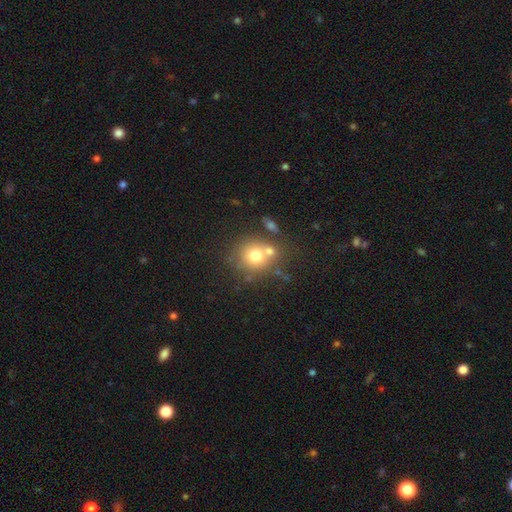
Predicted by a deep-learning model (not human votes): Smooth or featured? smooth (71%)
How rounded? round (84%)
Merging? none (54%)